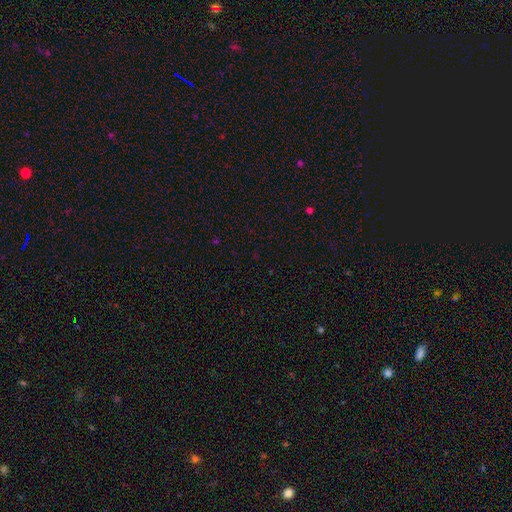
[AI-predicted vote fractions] Smooth or featured: star or artifact — 67% (smooth — 26%)